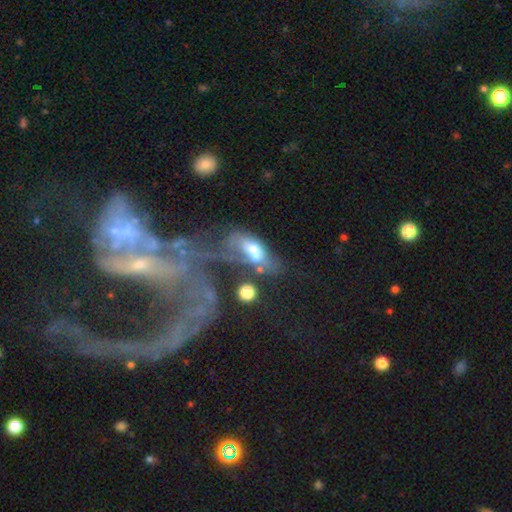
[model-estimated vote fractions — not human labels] A featured or disk galaxy (44%, tied with smooth). Merging: merger (43%).